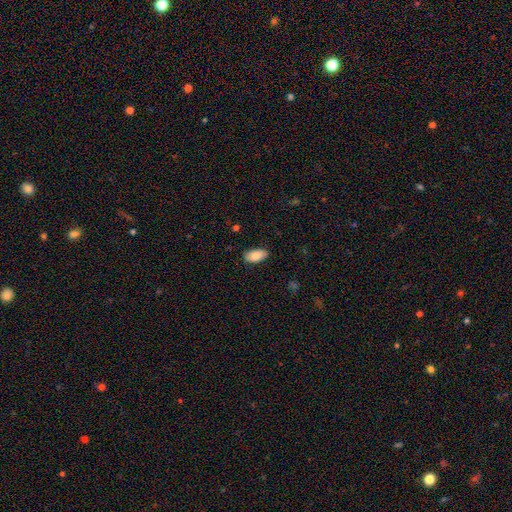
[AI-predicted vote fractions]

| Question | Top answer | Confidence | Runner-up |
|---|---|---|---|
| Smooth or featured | smooth | 87% | star or artifact (7%) |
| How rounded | in between | 94% | cigar-shaped (4%) |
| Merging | none | 84% | minor disturbance (13%) |